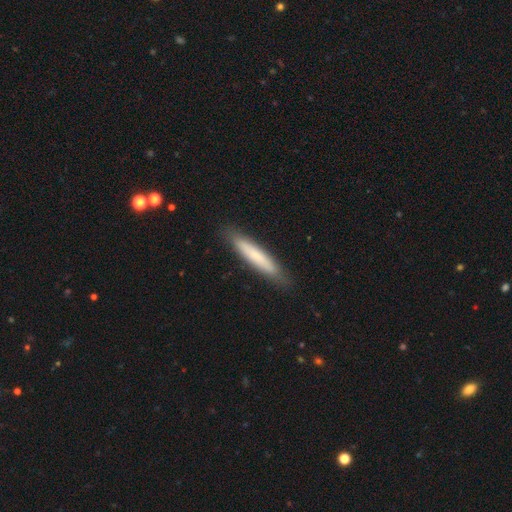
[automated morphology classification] This appears to be a smooth galaxy with no disk features (71%) that is cigar-shaped (92%). Merging: none (88%).